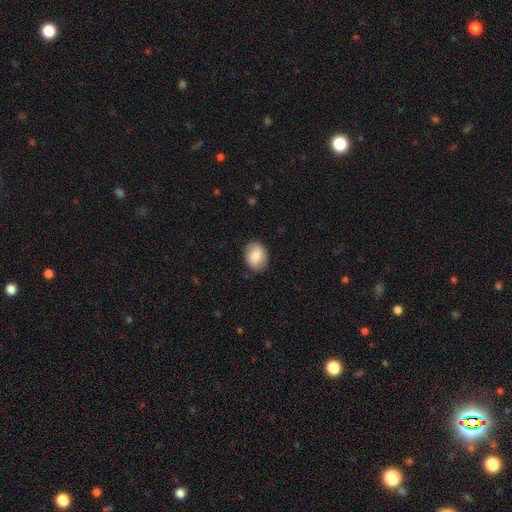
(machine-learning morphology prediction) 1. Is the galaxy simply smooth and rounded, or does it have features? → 81% smooth, 13% featured or disk, 7% star or artifact.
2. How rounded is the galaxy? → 65% in between, 34% round, 1% cigar-shaped.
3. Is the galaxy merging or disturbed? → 84% none, 13% minor disturbance, 3% major disturbance, 1% merger.